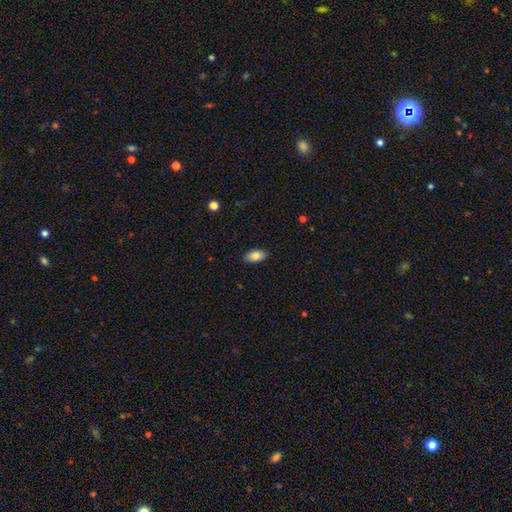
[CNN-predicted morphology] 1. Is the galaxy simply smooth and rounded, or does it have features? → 83% smooth, 9% featured or disk, 7% star or artifact.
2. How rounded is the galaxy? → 93% in between, 4% round, 3% cigar-shaped.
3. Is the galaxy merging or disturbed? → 89% none, 8% minor disturbance, 2% major disturbance, 1% merger.